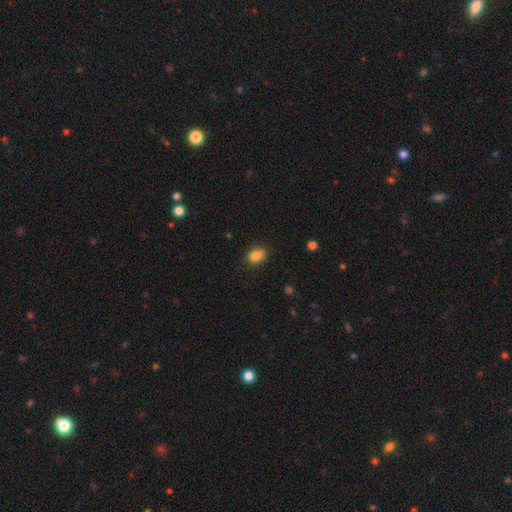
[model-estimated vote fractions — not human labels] smooth 84%, star or artifact 10%, featured or disk 6%. Down the decision tree: how rounded — in between (61%); merging — none (81%).